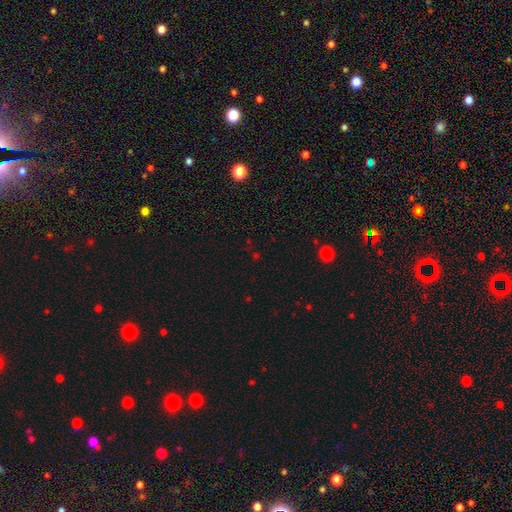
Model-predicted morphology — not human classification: This appears to be a star or artifact, not a galaxy (60%).